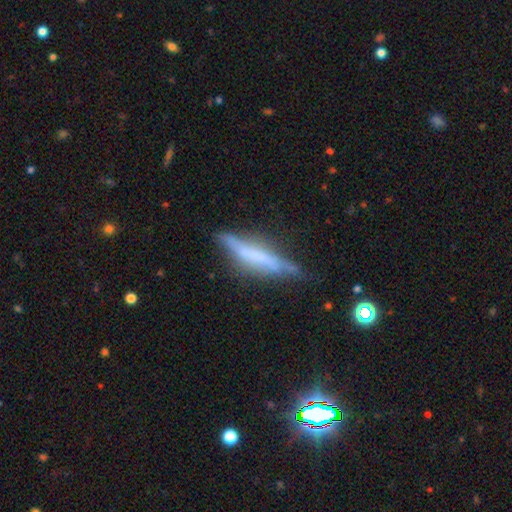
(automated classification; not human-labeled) The model was most divided on "edge-on bulge": none: 43%, boxy: 32%, rounded: 25%. More confident: edge-on disk — yes (87%); merging — none (61%); smooth or featured — featured or disk (58%).